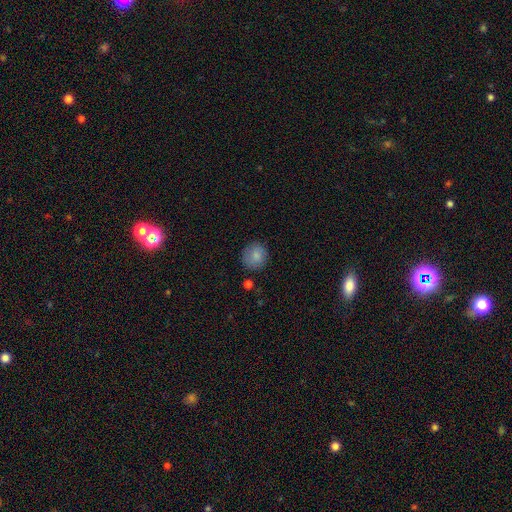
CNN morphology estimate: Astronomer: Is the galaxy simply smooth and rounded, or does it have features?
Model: smooth — 83%.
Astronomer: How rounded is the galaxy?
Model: round — 87%.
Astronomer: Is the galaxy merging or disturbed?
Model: none — 81%.